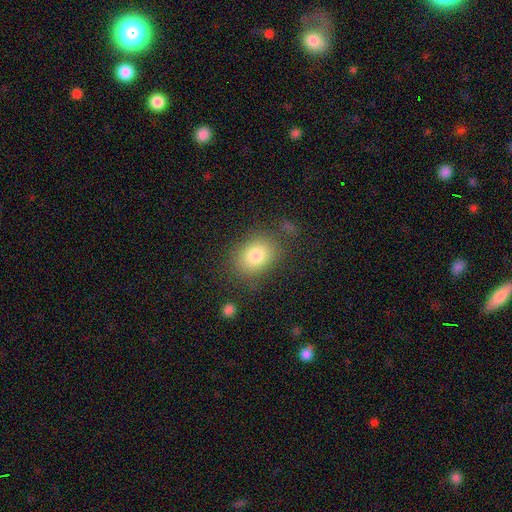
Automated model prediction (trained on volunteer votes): Morphology: type=smooth (81%); roundness=in between (58%); merging=none (75%).